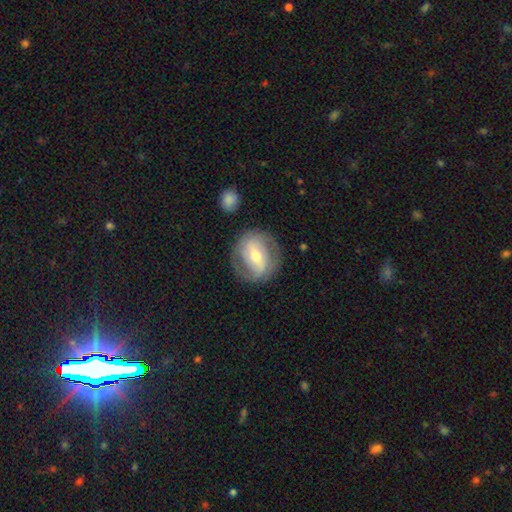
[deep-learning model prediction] The model was most divided on "bar": weak: 39%, strong: 36%, no: 24%. More confident: edge-on disk — no (96%); merging — none (80%); spiral arms — yes (75%); smooth or featured — featured or disk (67%); bulge size — moderate (63%).